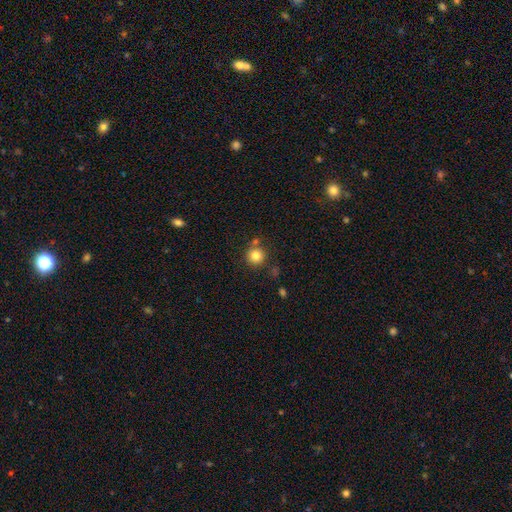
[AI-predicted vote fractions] A smooth galaxy with no disk features (82%) that is round (94%). Merging: none (79%).